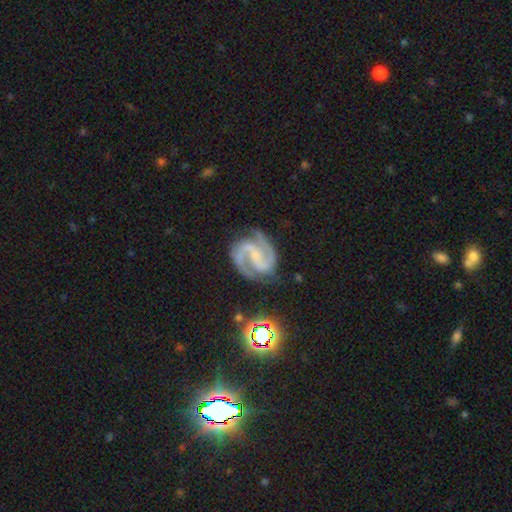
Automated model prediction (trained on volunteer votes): A featured or disk galaxy (92%) with a weak bar (41%), 2 (89%) medium (61%) spiral arms (99%) and a small central bulge (58%).

Vote fractions:
- Smooth or featured? featured or disk: 92% / star or artifact: 5% / smooth: 3%
- Edge-on disk? no: 98% / yes: 2%
- Bar? weak: 41% / strong: 32% / no: 27%
- Spiral arms? yes: 99% / no: 1%
- Spiral winding? medium: 61% / tight: 28% / loose: 11%
- Spiral arm count? 2: 89% / 3: 5% / can't tell: 2% / 1: 1% / 4: 1% / more than 4: 1%
- Bulge size? small: 58% / none: 26% / moderate: 14% / large: 1% / dominant: 1%
- Merging? none: 76% / minor disturbance: 16% / major disturbance: 6% / merger: 2%